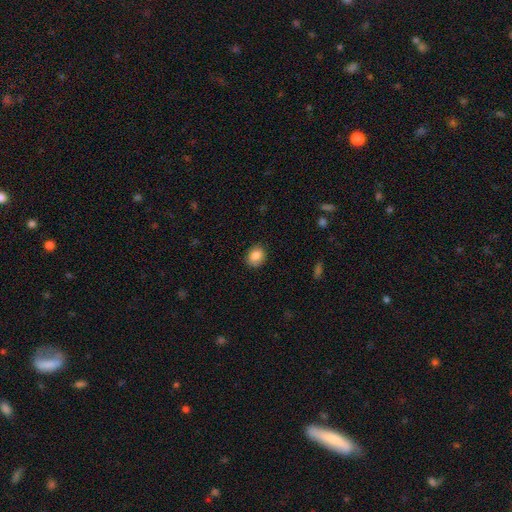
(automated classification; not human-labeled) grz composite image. It shows a smooth galaxy with no disk features (85%) that is round (58%). Merging: none (88%).